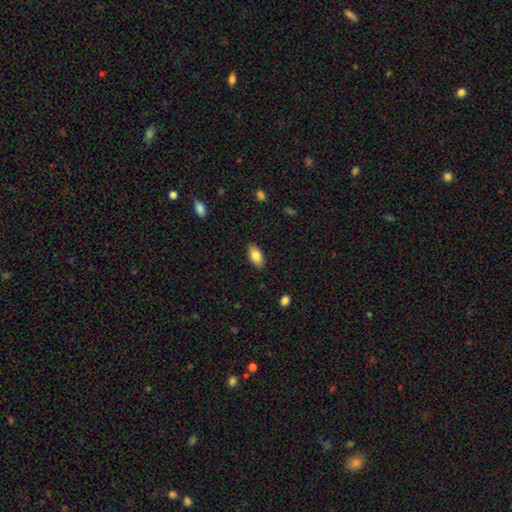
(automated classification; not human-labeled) Overall: smooth (82%). How rounded: in between (92%). Merging: none (88%).